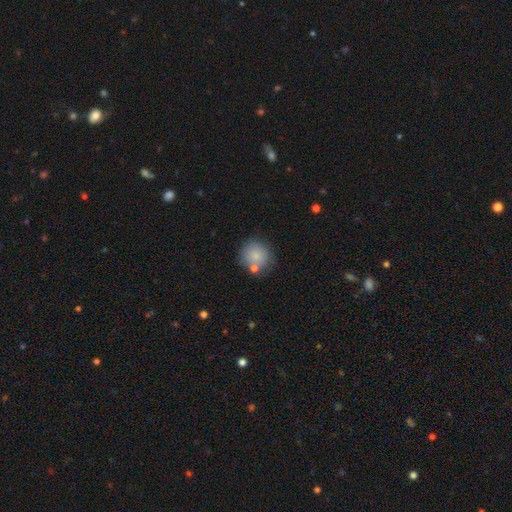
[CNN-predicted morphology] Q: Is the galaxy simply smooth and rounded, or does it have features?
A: smooth — 82%.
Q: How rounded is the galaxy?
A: round — 92%.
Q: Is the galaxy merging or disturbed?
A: none — 72%.